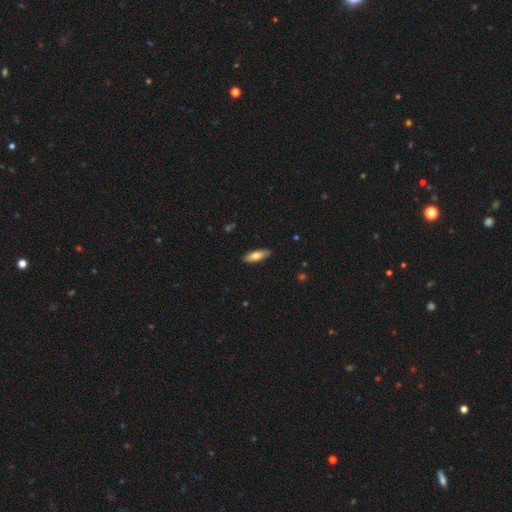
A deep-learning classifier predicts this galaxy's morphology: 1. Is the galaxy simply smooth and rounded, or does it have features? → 76% smooth, 18% featured or disk, 6% star or artifact.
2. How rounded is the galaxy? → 61% in between, 37% cigar-shaped, 2% round.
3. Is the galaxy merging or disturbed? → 88% none, 9% minor disturbance, 2% major disturbance, 1% merger.